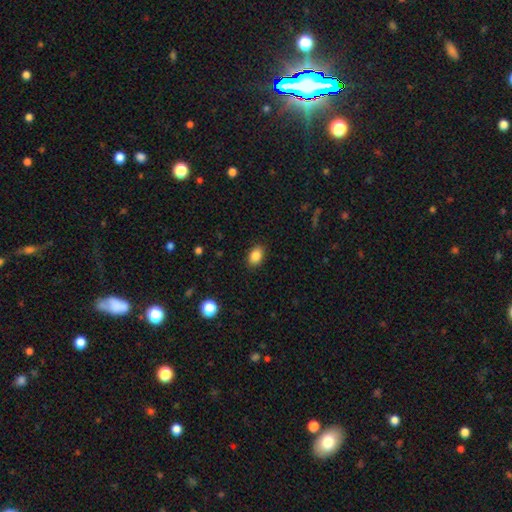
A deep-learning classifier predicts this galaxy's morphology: type=smooth (86%); roundness=in between (78%); merging=none (88%).